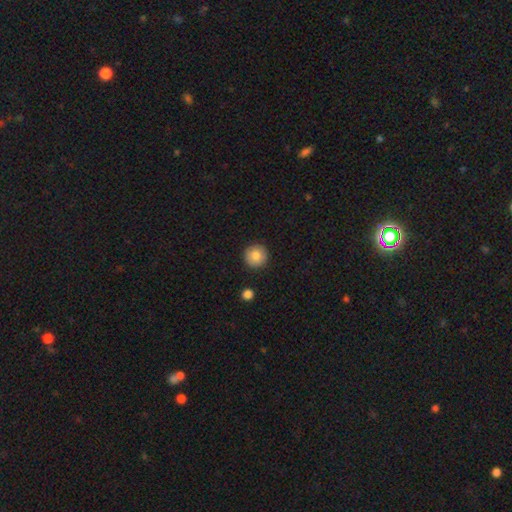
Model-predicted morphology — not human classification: Smooth or featured: smooth — 83% (featured or disk — 9%)
How rounded: round — 96% (in between — 3%)
Merging: none — 92% (minor disturbance — 5%)